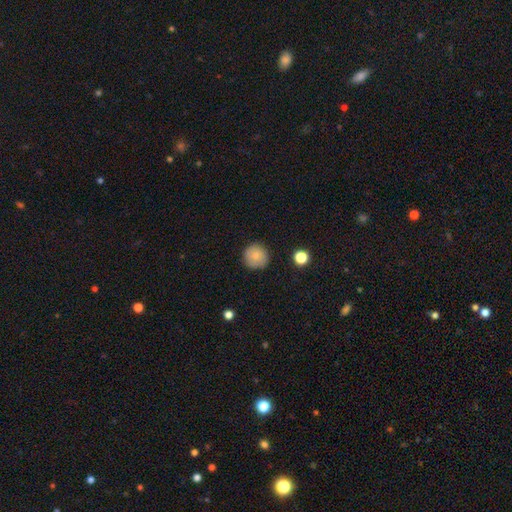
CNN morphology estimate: This appears to be a smooth galaxy with no disk features (80%) that is round (95%). Merging: none (87%).